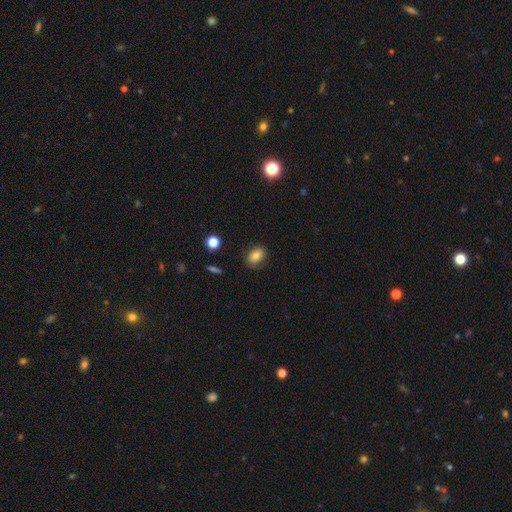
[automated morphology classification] type=smooth (81%); roundness=in between (78%); merging=none (84%).